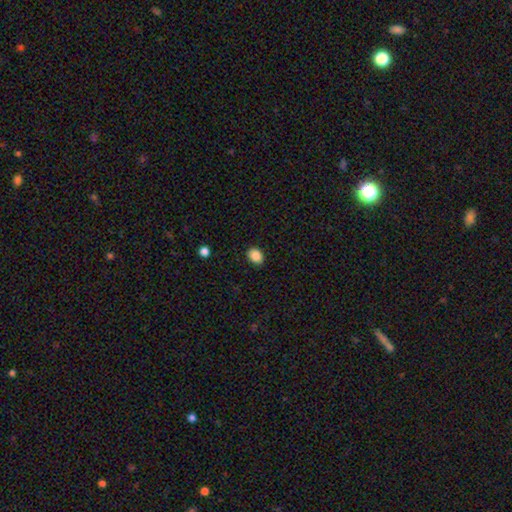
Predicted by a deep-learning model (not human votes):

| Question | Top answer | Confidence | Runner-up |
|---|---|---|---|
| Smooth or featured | smooth | 86% | star or artifact (9%) |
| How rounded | in between | 64% | round (35%) |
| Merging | none | 87% | minor disturbance (10%) |